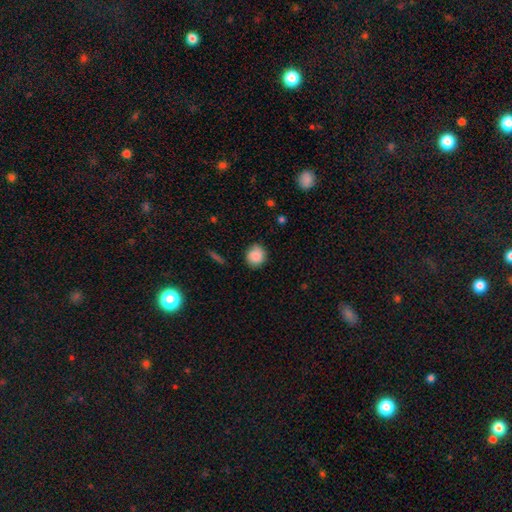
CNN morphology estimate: A smooth galaxy with no disk features (88%) that is round (85%).

Vote fractions:
- Smooth or featured? smooth: 88% / star or artifact: 8% / featured or disk: 5%
- How rounded? round: 85% / in between: 14% / cigar-shaped: 1%
- Merging? none: 82% / minor disturbance: 14% / major disturbance: 3% / merger: 1%